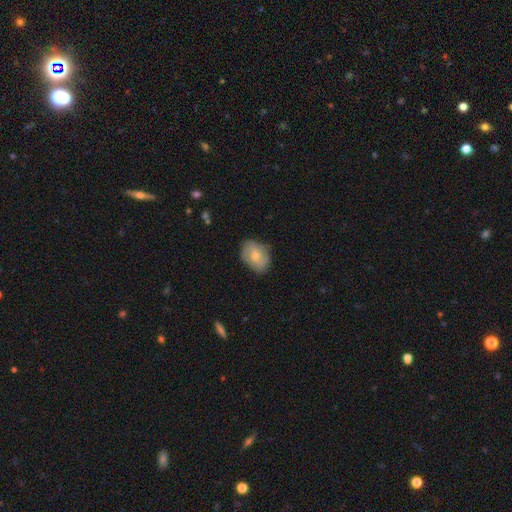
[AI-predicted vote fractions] Smooth or featured?
  - smooth: 62% *
  - featured or disk: 31%
  - star or artifact: 7%
How rounded?
  - in between: 68% *
  - round: 31%
  - cigar-shaped: 1%
Merging?
  - none: 72% *
  - minor disturbance: 22%
  - major disturbance: 5%
  - merger: 1%